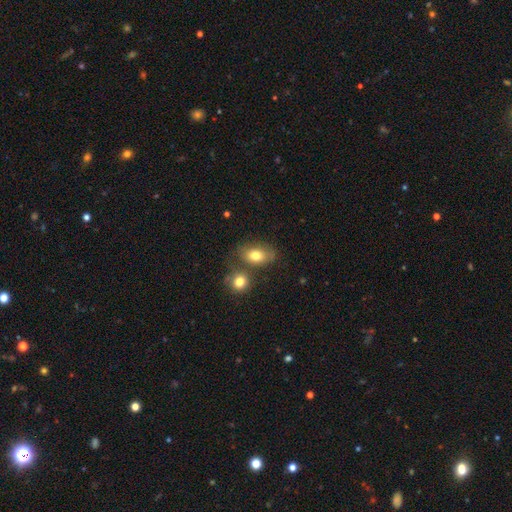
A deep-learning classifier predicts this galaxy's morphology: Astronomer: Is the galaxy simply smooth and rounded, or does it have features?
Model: smooth — 76%.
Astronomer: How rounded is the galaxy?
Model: in between — 81%.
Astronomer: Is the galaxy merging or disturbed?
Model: none — 54%.